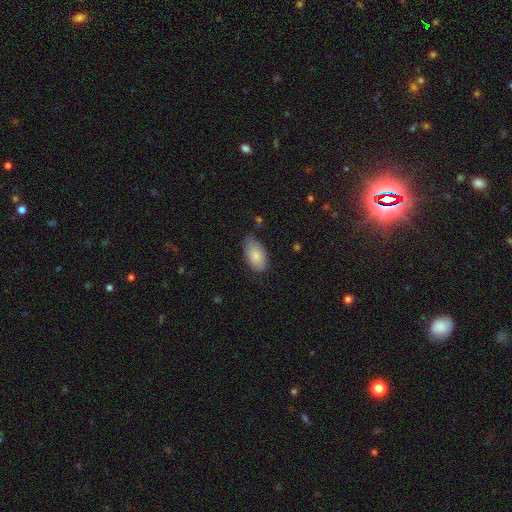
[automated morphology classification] Smooth or featured: smooth — 83% (featured or disk — 11%)
How rounded: in between — 94% (round — 4%)
Merging: none — 69% (minor disturbance — 25%)